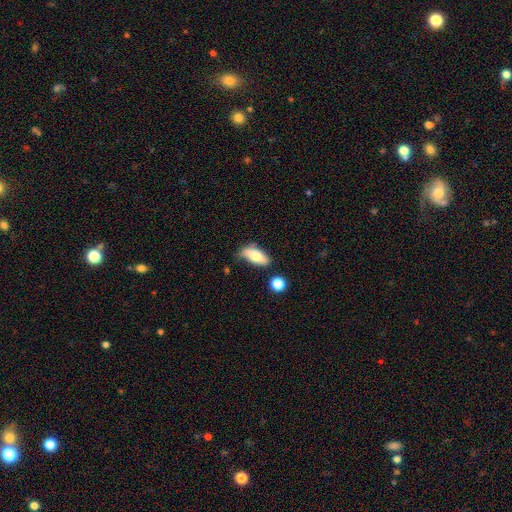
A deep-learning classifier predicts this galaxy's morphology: smooth-or-featured: smooth: 70% | featured or disk: 23% | star or artifact: 7%
  how-rounded: in between: 85% | cigar-shaped: 11% | round: 4%
  merging: none: 58% | minor disturbance: 29% | major disturbance: 7% | merger: 6%